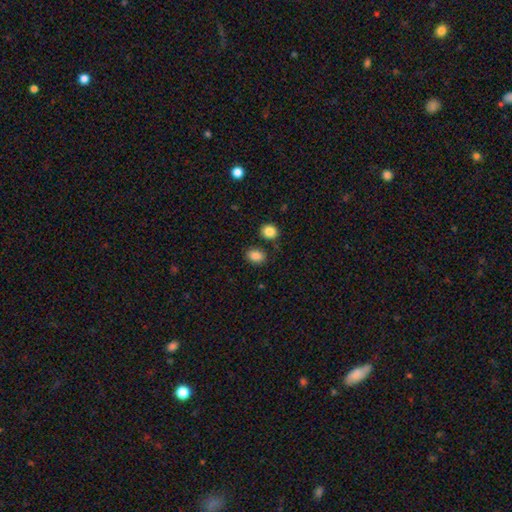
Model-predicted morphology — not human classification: Overall: smooth (86%). How rounded: in between (70%). Merging: none (80%).